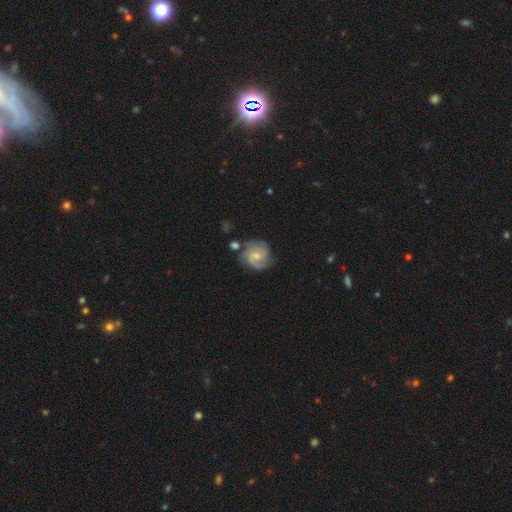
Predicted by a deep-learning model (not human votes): smooth_or_featured: featured or disk (p=0.71) [alt: smooth p=0.23]
disk_edge_on: no (p=0.98) [alt: yes p=0.02]
bar: no (p=0.59) [alt: weak p=0.36]
has_spiral_arms: yes (p=0.93) [alt: no p=0.07]
spiral_winding: tight (p=0.45) [alt: medium p=0.41]
spiral_arm_count: 2 (p=0.46) [alt: 3 p=0.23]
bulge_size: small (p=0.48) [alt: moderate p=0.43]
merging: none (p=0.64) [alt: minor disturbance p=0.21]